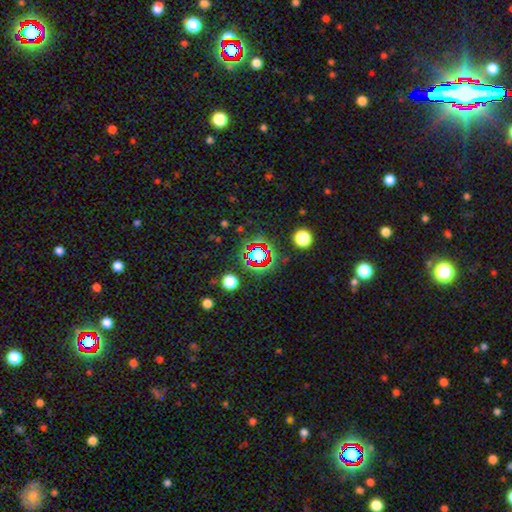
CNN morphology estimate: star or artifact 66%, smooth 23%, featured or disk 11%.